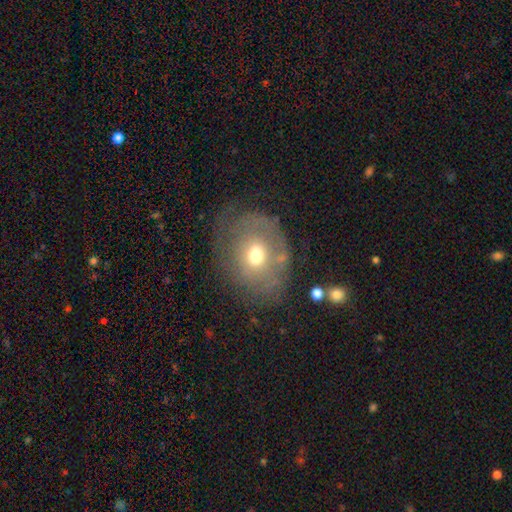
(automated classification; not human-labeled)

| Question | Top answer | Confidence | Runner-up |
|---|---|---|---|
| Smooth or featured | smooth | 46% | featured or disk (42%) |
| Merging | none | 54% | minor disturbance (23%) |